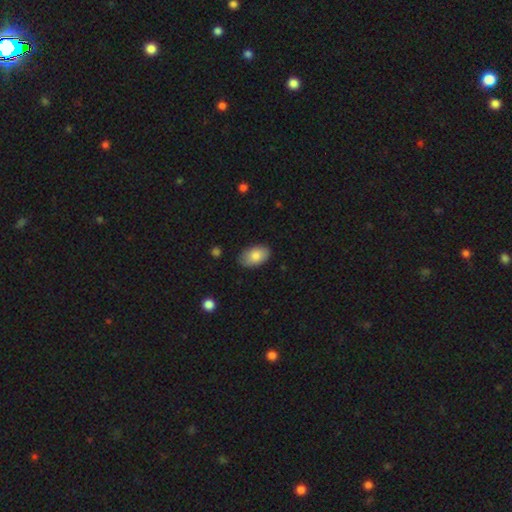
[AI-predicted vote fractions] Q: Smooth or featured?
A: smooth (84%); runner-up: featured or disk (10%)
Q: How rounded?
A: in between (93%); runner-up: round (6%)
Q: Merging?
A: none (83%); runner-up: minor disturbance (13%)